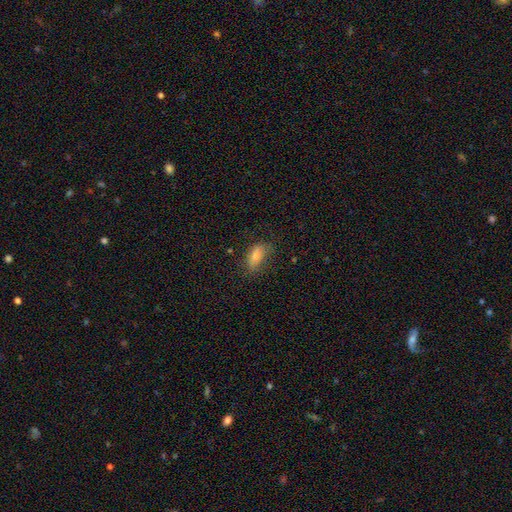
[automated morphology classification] smooth-or-featured: smooth: 76% | star or artifact: 13% | featured or disk: 11%
  how-rounded: in between: 82% | cigar-shaped: 12% | round: 6%
  merging: none: 65% | minor disturbance: 23% | major disturbance: 9% | merger: 2%